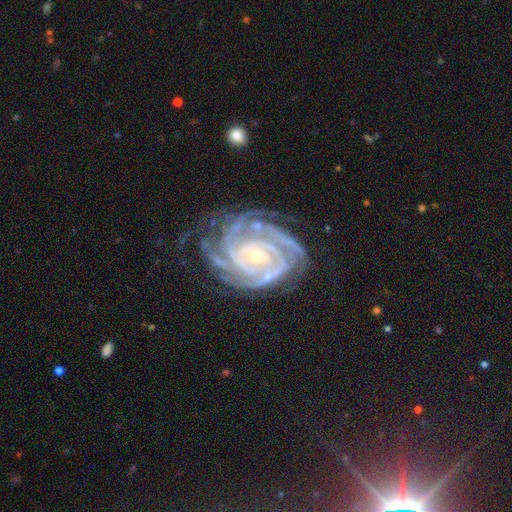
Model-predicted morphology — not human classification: Smooth or featured? featured or disk (93%)
Edge-on disk? no (98%)
Bar? no (64%)
Spiral arms? yes (99%)
Spiral winding? tight (82%)
Spiral arm count? 4 (31%)
Bulge size? small (69%)
Merging? none (66%)